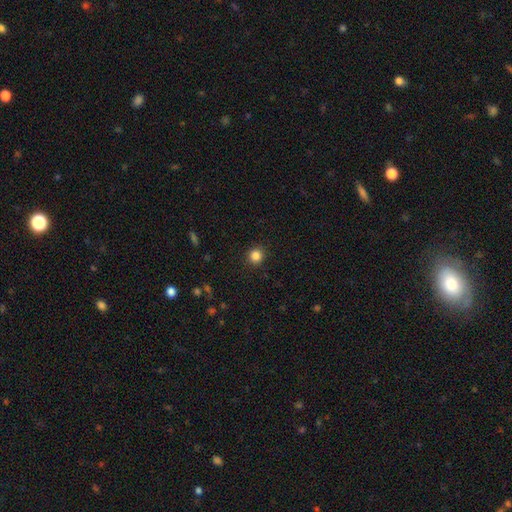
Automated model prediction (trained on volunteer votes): A smooth galaxy with no disk features (85%) that is round (92%).

Vote fractions:
- Smooth or featured? smooth: 85% / star or artifact: 12% / featured or disk: 4%
- How rounded? round: 92% / in between: 7% / cigar-shaped: 1%
- Merging? none: 91% / minor disturbance: 6% / major disturbance: 2% / merger: 1%